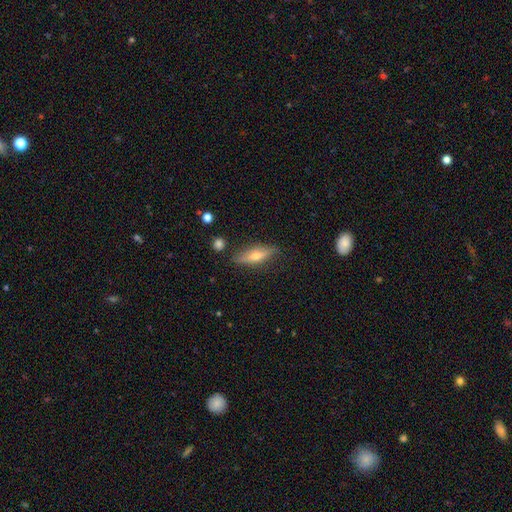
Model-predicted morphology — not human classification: Q: Smooth or featured?
A: featured or disk (52%); runner-up: smooth (41%)
Q: Edge-on disk?
A: yes (89%); runner-up: no (11%)
Q: Merging?
A: none (82%); runner-up: minor disturbance (13%)